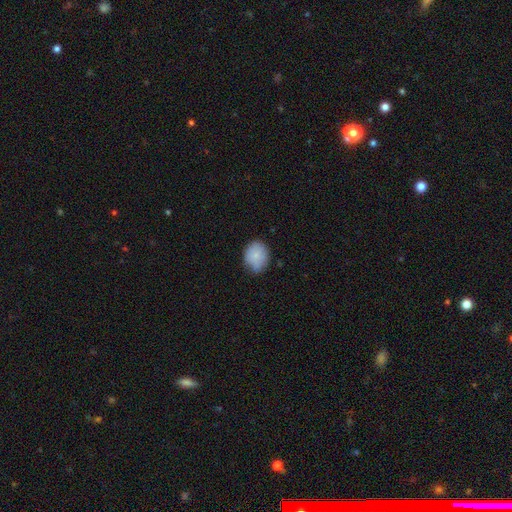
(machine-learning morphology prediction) smooth 82%, featured or disk 10%, star or artifact 8%. Down the decision tree: how rounded — in between (52%); merging — none (65%).